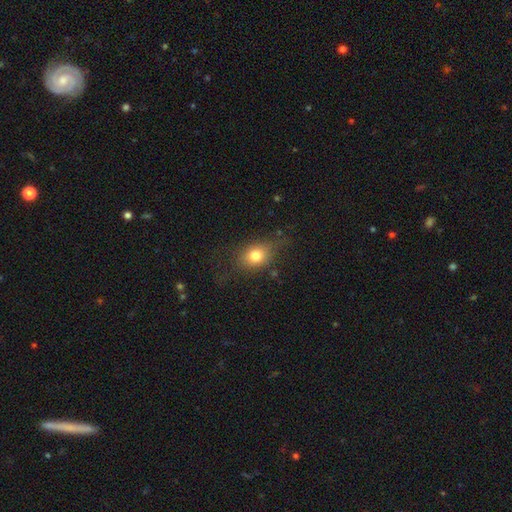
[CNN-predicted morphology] This appears to be a smooth galaxy with no disk features (76%) that is in between round and cigar-shaped (60%). Merging: none (64%).